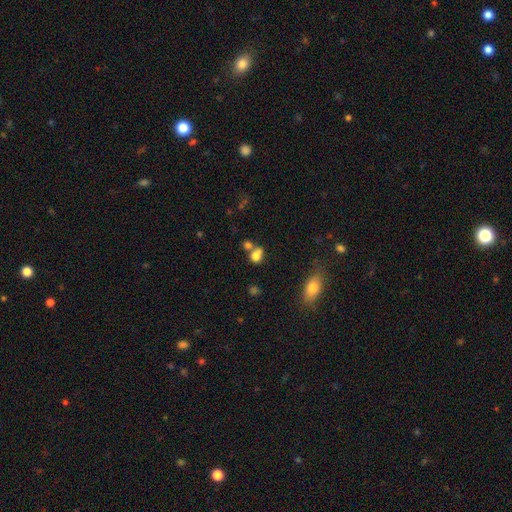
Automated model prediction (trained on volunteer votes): smooth 77%, star or artifact 12%, featured or disk 11%. Down the decision tree: how rounded — round (53%); merging — merger (46%).